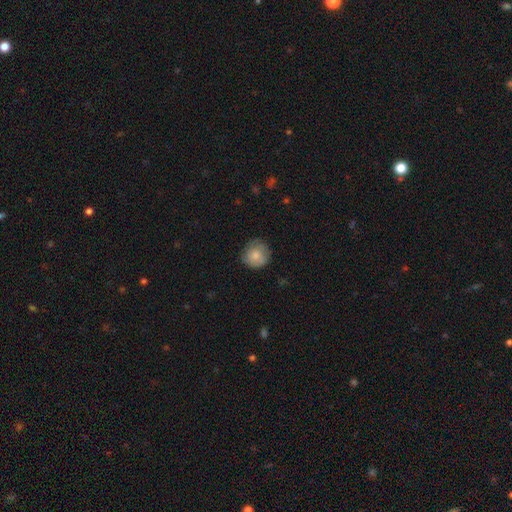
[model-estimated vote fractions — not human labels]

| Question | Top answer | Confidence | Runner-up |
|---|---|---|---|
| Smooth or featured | smooth | 77% | featured or disk (16%) |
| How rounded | round | 90% | in between (9%) |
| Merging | none | 75% | minor disturbance (20%) |